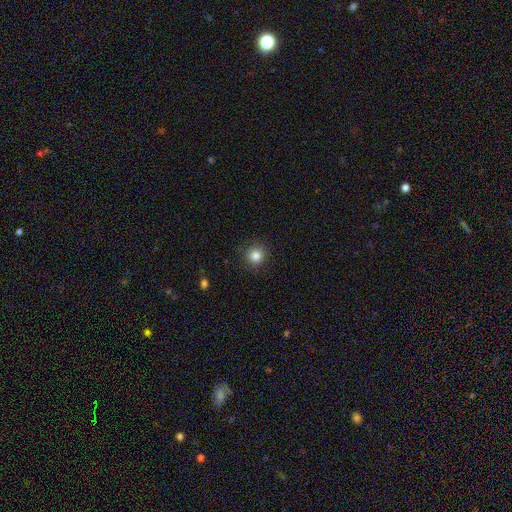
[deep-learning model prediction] smooth_or_featured: smooth (p=0.83) [alt: star or artifact p=0.12]
how_rounded: round (p=0.92) [alt: in between p=0.07]
merging: none (p=0.90) [alt: minor disturbance p=0.07]